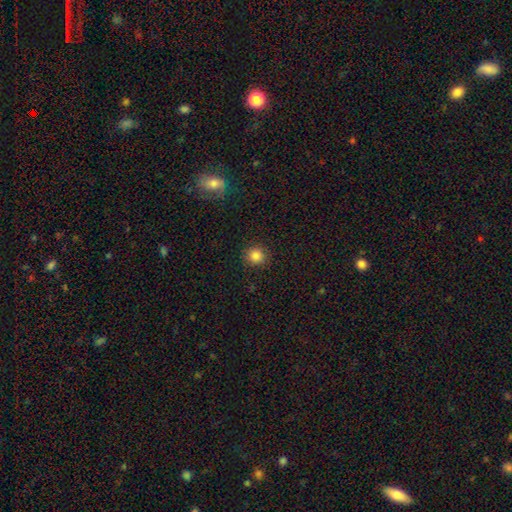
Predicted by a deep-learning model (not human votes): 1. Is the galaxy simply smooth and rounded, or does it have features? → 84% smooth, 12% star or artifact, 4% featured or disk.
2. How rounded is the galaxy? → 92% round, 7% in between, 1% cigar-shaped.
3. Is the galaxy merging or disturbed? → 90% none, 7% minor disturbance, 2% major disturbance, 1% merger.